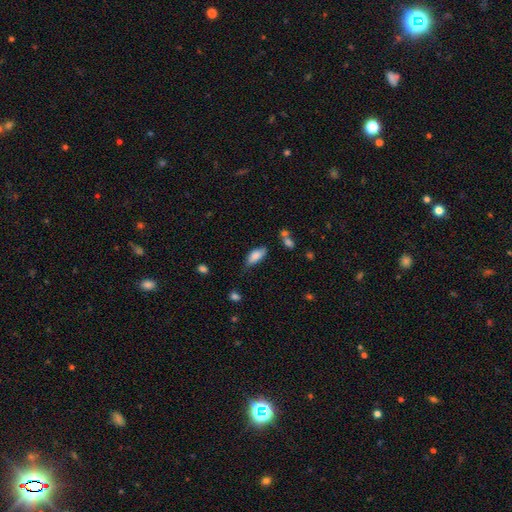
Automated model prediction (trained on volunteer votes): Q: Smooth or featured?
A: smooth (80%); runner-up: featured or disk (13%)
Q: How rounded?
A: in between (81%); runner-up: cigar-shaped (17%)
Q: Merging?
A: none (60%); runner-up: minor disturbance (29%)